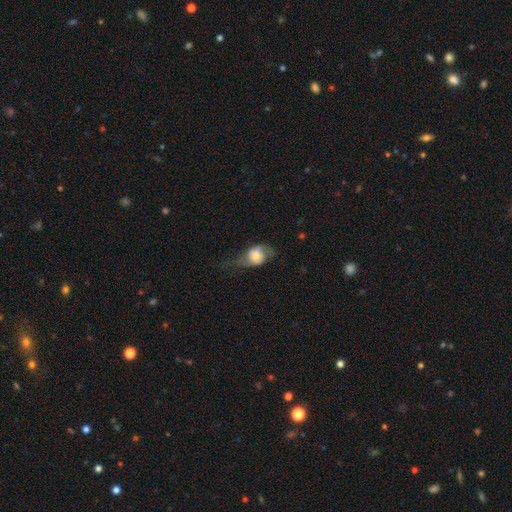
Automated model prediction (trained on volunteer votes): Q: Smooth or featured?
A: smooth (47%); runner-up: featured or disk (46%)
Q: Merging?
A: none (36%); runner-up: major disturbance (35%)